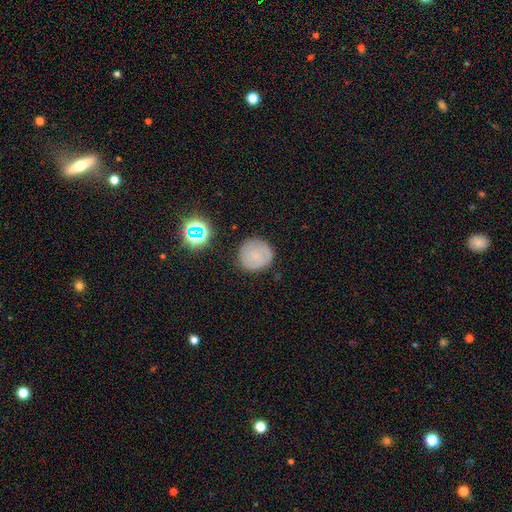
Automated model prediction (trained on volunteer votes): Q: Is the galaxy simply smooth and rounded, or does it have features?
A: smooth — 64%.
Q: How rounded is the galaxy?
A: round — 92%.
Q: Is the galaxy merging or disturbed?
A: none — 81%.